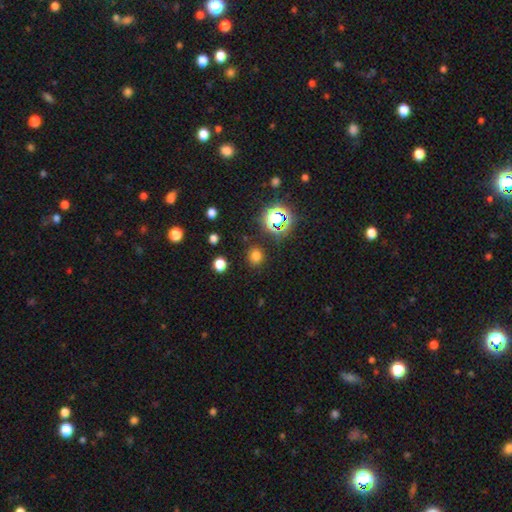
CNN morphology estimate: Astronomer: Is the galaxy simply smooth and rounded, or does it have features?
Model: smooth — 70%.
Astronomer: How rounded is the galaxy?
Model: round — 80%.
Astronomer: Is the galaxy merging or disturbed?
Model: none — 86%.